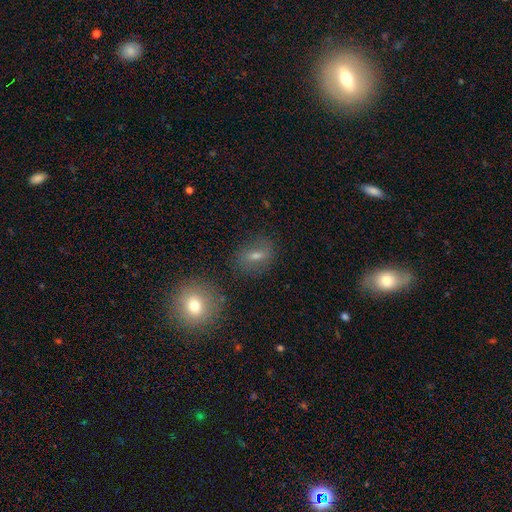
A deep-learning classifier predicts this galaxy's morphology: A smooth galaxy with no disk features (54%) that is in between round and cigar-shaped (61%). Merging: none (78%).